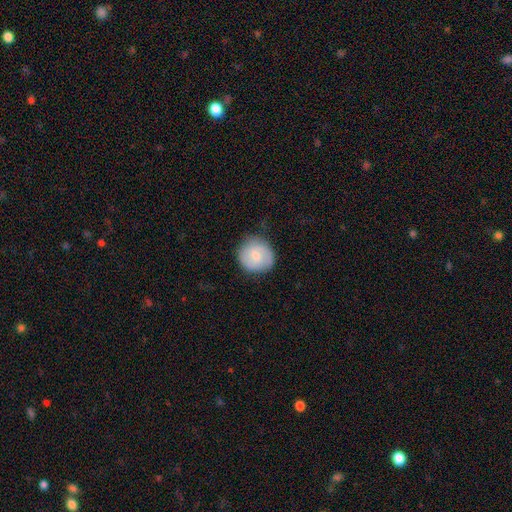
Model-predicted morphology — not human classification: Overall: smooth (62%; featured or disk 32%). How rounded: round (89%). Merging: none (79%).